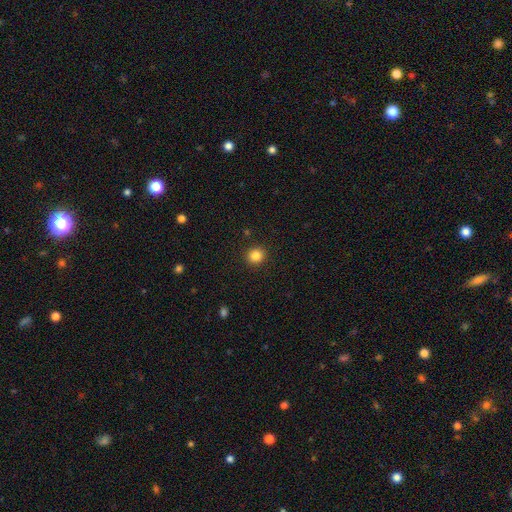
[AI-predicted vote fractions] smooth-or-featured: smooth: 84% | star or artifact: 11% | featured or disk: 5%
  how-rounded: round: 91% | in between: 8% | cigar-shaped: 1%
  merging: none: 92% | minor disturbance: 5% | major disturbance: 2% | merger: 1%